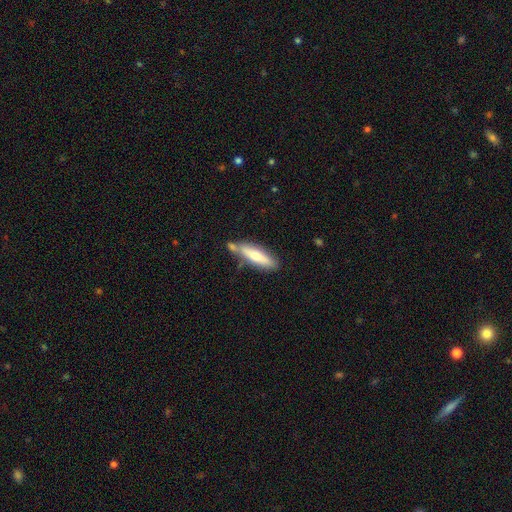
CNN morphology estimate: smooth-or-featured: smooth: 63% | featured or disk: 31% | star or artifact: 6%
  how-rounded: cigar-shaped: 69% | in between: 30% | round: 2%
  merging: none: 59% | minor disturbance: 18% | merger: 18% | major disturbance: 5%